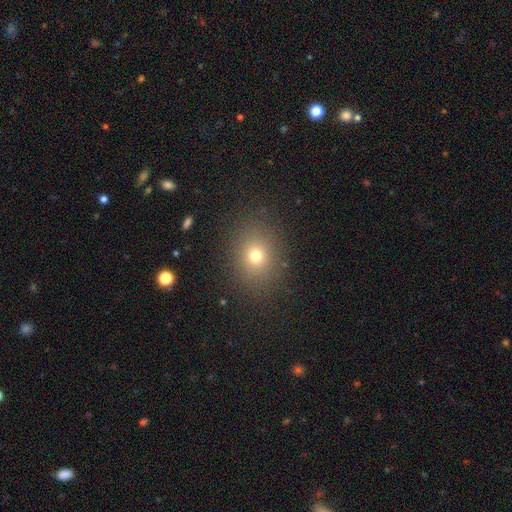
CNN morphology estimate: smooth 72%, star or artifact 17%, featured or disk 10%. Down the decision tree: how rounded — round (58%); merging — none (86%).